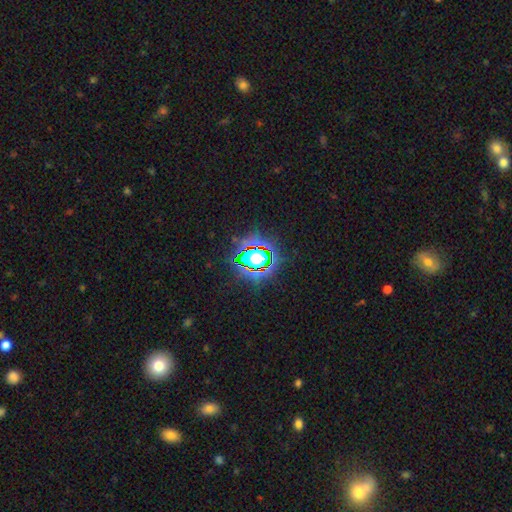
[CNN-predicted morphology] smooth-or-featured: star or artifact: 64% | smooth: 24% | featured or disk: 12%